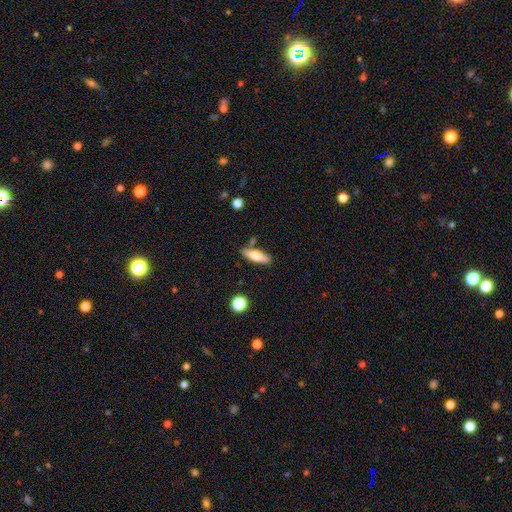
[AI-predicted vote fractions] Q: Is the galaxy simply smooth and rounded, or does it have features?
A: smooth — 66%.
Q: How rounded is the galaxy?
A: cigar-shaped — 50%.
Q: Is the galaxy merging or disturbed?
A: none — 80%.